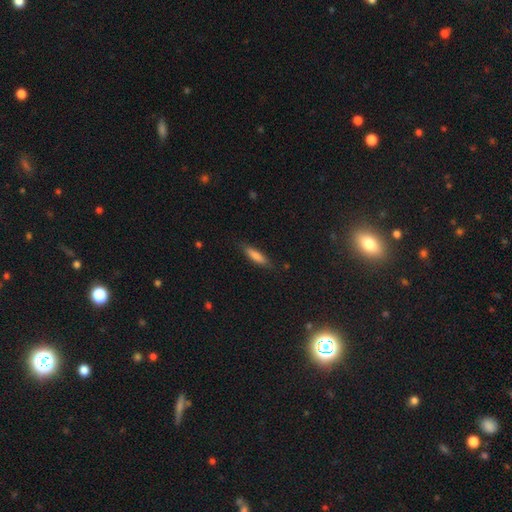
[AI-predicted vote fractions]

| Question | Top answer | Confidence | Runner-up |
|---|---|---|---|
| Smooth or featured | smooth | 74% | featured or disk (17%) |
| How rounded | cigar-shaped | 75% | in between (23%) |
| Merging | none | 84% | minor disturbance (12%) |